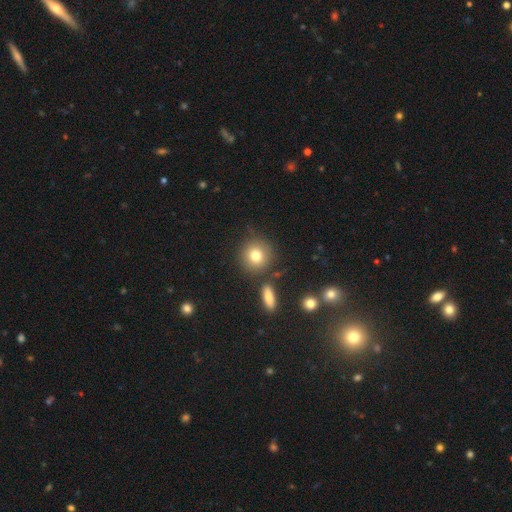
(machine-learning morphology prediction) Smooth or featured?
  - smooth: 79% *
  - featured or disk: 11%
  - star or artifact: 10%
How rounded?
  - round: 90% *
  - in between: 9%
  - cigar-shaped: 1%
Merging?
  - none: 79% *
  - minor disturbance: 9%
  - merger: 8%
  - major disturbance: 3%